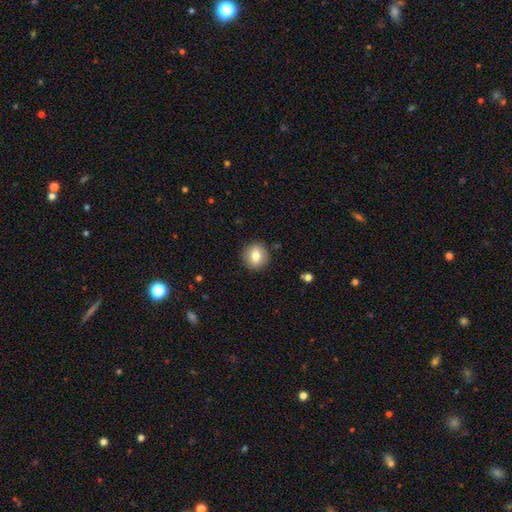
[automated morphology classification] smooth 78%, featured or disk 13%, star or artifact 9%. Down the decision tree: how rounded — round (87%); merging — none (90%).